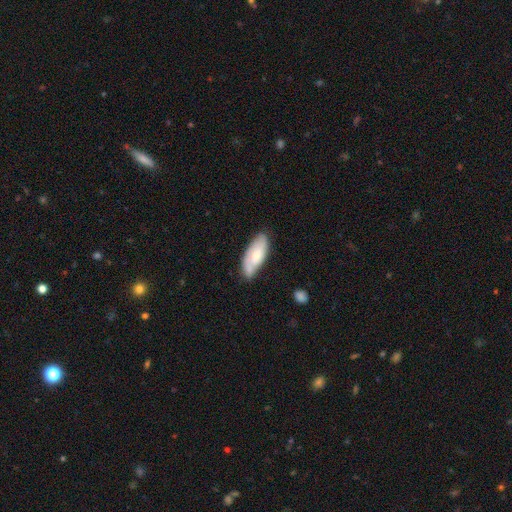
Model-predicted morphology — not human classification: Smooth or featured? Predicted: smooth (p=0.54). How rounded? Predicted: in between (p=0.82). Merging? Predicted: none (p=0.61).